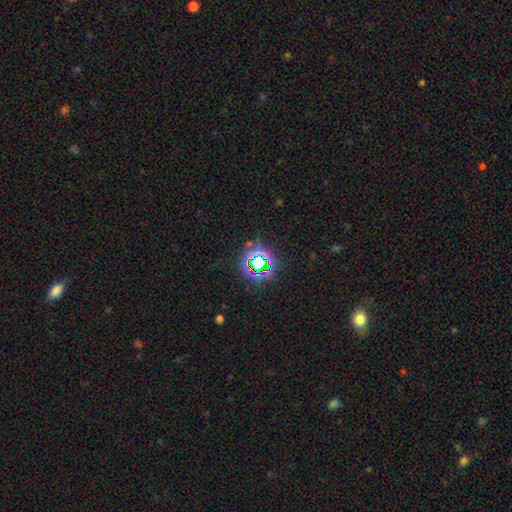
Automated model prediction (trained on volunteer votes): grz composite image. It shows a star or artifact, not a galaxy (69%).